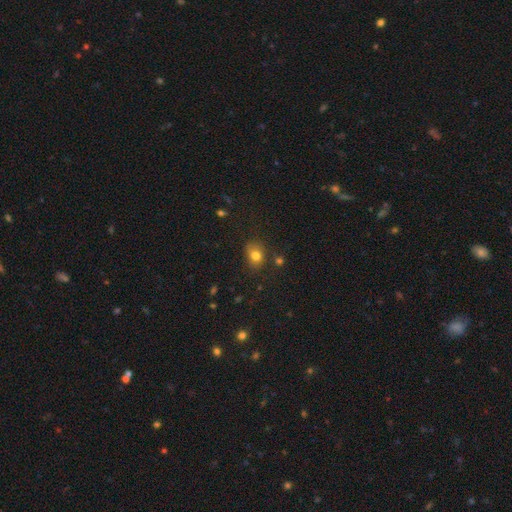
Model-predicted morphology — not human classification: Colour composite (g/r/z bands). It shows a smooth galaxy with no disk features (78%) that is round (51%). Merging: none (71%).